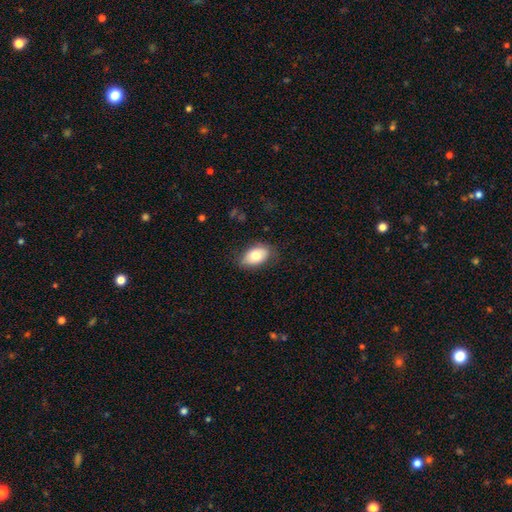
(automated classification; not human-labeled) Smooth or featured? Predicted: smooth (p=0.77). How rounded? Predicted: in between (p=0.90). Merging? Predicted: none (p=0.74).